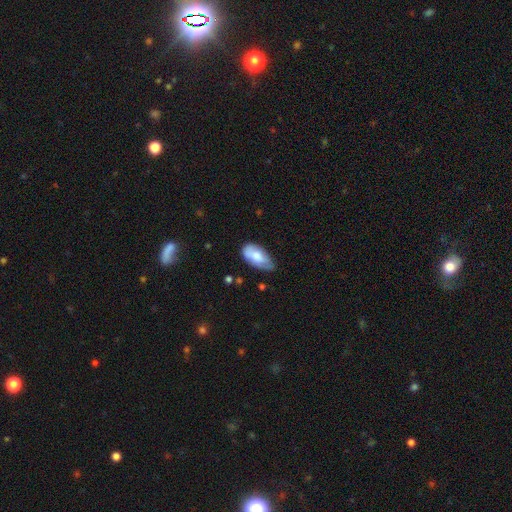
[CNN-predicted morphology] smooth_or_featured: smooth (p=0.71) [alt: featured or disk p=0.22]
how_rounded: in between (p=0.94) [alt: cigar-shaped p=0.04]
merging: none (p=0.50) [alt: minor disturbance p=0.39]